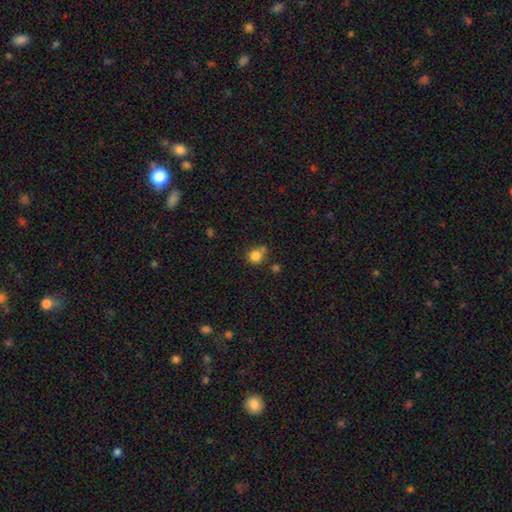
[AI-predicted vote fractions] The model was most divided on "merging": none: 58%, minor disturbance: 21%, merger: 16%, major disturbance: 6%. More confident: how rounded — round (85%); smooth or featured — smooth (83%).